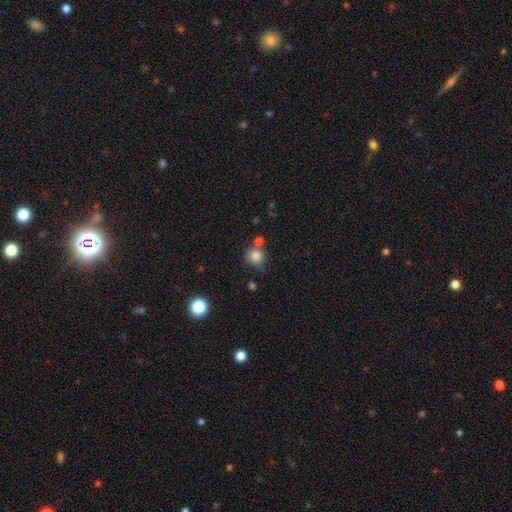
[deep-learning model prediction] This is clearly a smooth galaxy (83%). How rounded: clearly round (84%). Merging: likely none (62%).